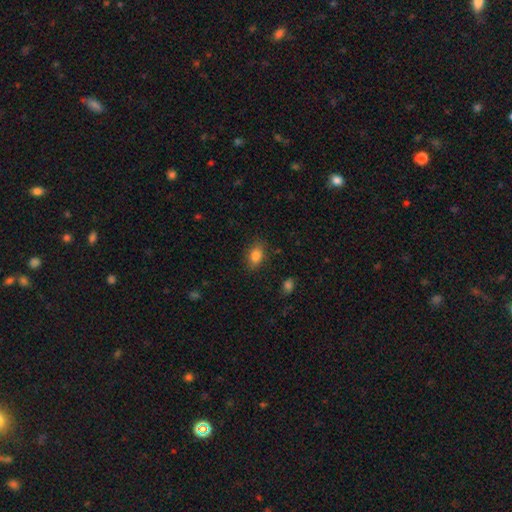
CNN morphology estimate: Q: Smooth or featured?
A: smooth (83%); runner-up: star or artifact (9%)
Q: How rounded?
A: in between (80%); runner-up: round (18%)
Q: Merging?
A: none (82%); runner-up: minor disturbance (13%)